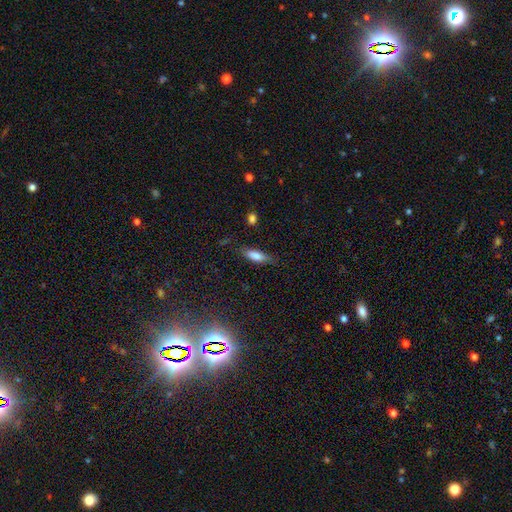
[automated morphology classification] A smooth galaxy with no disk features (74%) that is in between round and cigar-shaped (49%, tied with cigar-shaped).

Vote fractions:
- Smooth or featured? smooth: 74% / featured or disk: 18% / star or artifact: 8%
- How rounded? in between: 49% (tied) / cigar-shaped: 49% (tied) / round: 2%
- Merging? none: 78% / minor disturbance: 17% / major disturbance: 4% / merger: 2%